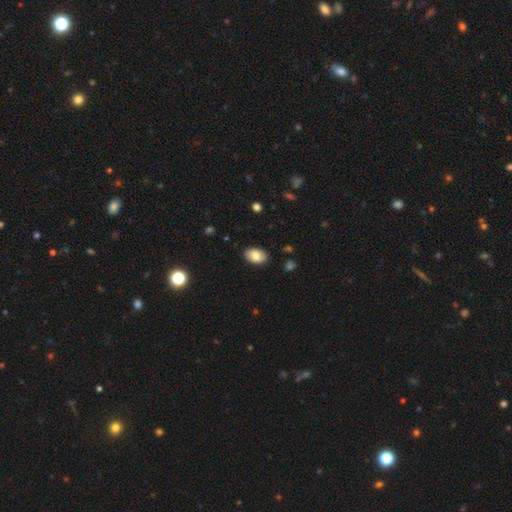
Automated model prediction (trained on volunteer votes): smooth 81%, featured or disk 12%, star or artifact 7%. Down the decision tree: how rounded — in between (88%); merging — none (87%).